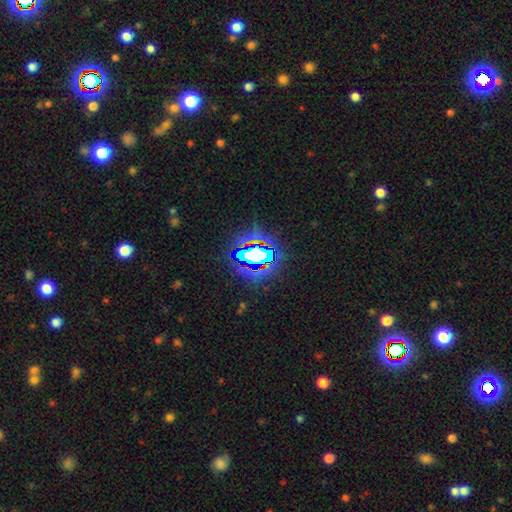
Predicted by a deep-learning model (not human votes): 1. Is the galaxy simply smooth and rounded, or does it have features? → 62% star or artifact, 21% smooth, 17% featured or disk.